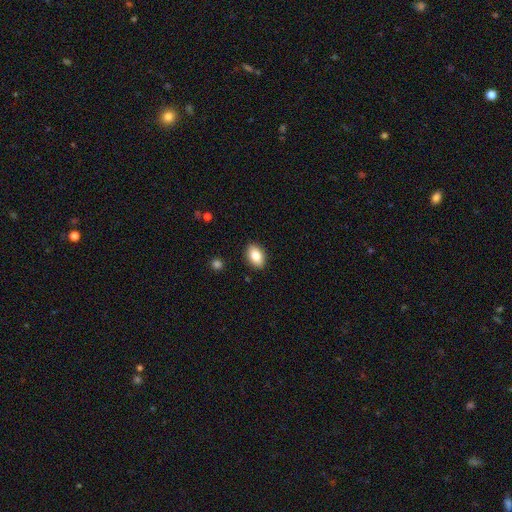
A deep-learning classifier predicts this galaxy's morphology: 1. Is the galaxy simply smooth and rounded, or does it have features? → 84% smooth, 9% featured or disk, 7% star or artifact.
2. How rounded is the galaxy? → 89% in between, 9% round, 2% cigar-shaped.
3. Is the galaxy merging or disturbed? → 89% none, 8% minor disturbance, 2% major disturbance, 1% merger.